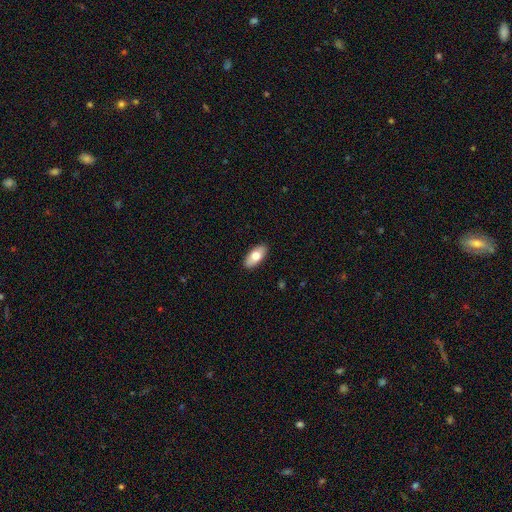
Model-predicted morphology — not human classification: smooth_or_featured: smooth (p=0.73) [alt: featured or disk p=0.20]
how_rounded: in between (p=0.90) [alt: cigar-shaped p=0.07]
merging: none (p=0.89) [alt: minor disturbance p=0.08]